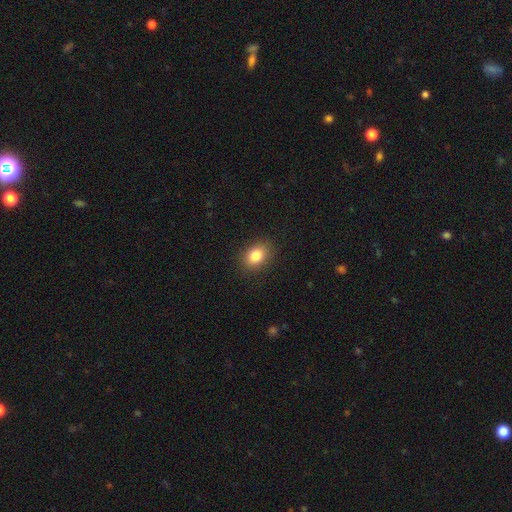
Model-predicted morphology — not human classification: Smooth or featured: smooth — 84% (star or artifact — 9%)
How rounded: in between — 74% (round — 24%)
Merging: none — 88% (minor disturbance — 9%)